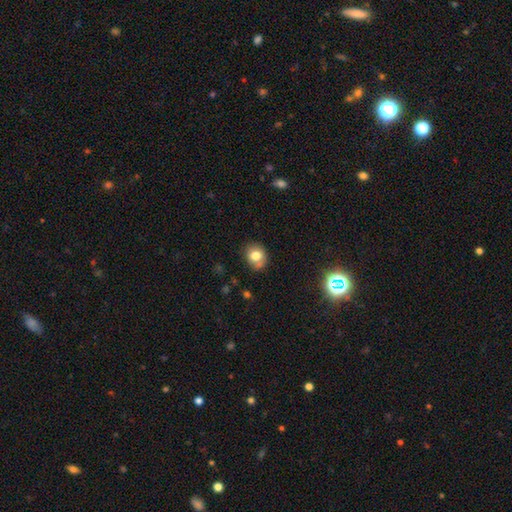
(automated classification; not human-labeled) A smooth galaxy with no disk features (77%) that is round (68%).

Vote fractions:
- Smooth or featured? smooth: 77% / featured or disk: 12% / star or artifact: 11%
- How rounded? round: 68% / in between: 32% / cigar-shaped: 1%
- Merging? none: 70% / minor disturbance: 17% / merger: 8% / major disturbance: 4%